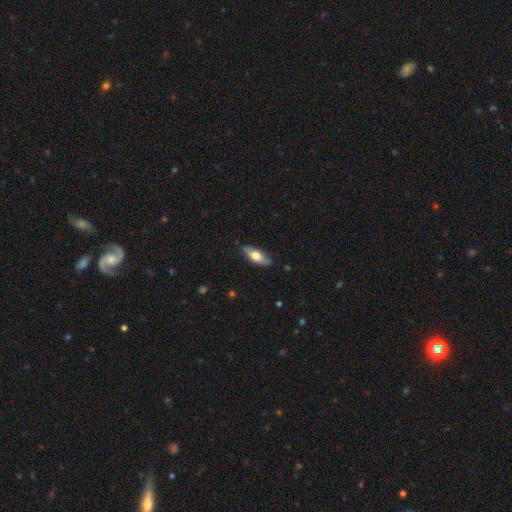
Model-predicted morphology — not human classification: This appears to be a smooth galaxy with no disk features (64%) that is in between round and cigar-shaped (68%). Merging: none (85%).